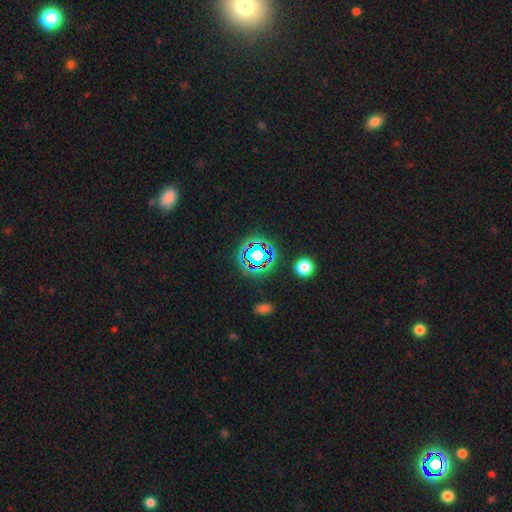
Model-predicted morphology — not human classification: Overall: star or artifact (65%).